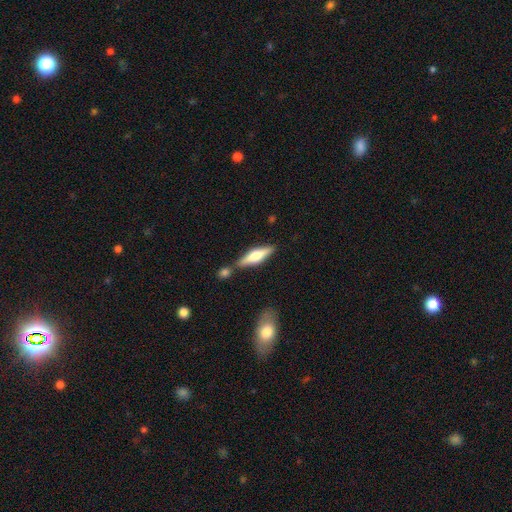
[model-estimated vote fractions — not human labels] Smooth or featured?
  - featured or disk: 56% *
  - smooth: 38%
  - star or artifact: 6%
Edge-on disk?
  - yes: 95% *
  - no: 5%
Edge-on bulge?
  - rounded: 89% *
  - boxy: 8%
  - none: 3%
Merging?
  - none: 72% *
  - merger: 13%
  - minor disturbance: 12%
  - major disturbance: 3%